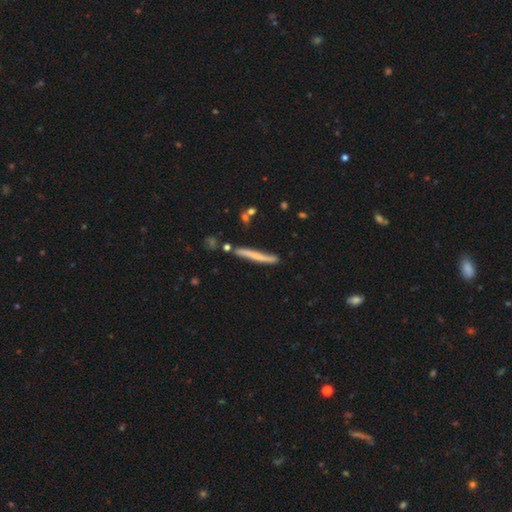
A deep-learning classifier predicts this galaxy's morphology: smooth_or_featured: smooth (p=0.51) [alt: featured or disk p=0.42]
how_rounded: cigar-shaped (p=0.95) [alt: in between p=0.03]
merging: none (p=0.75) [alt: minor disturbance p=0.17]